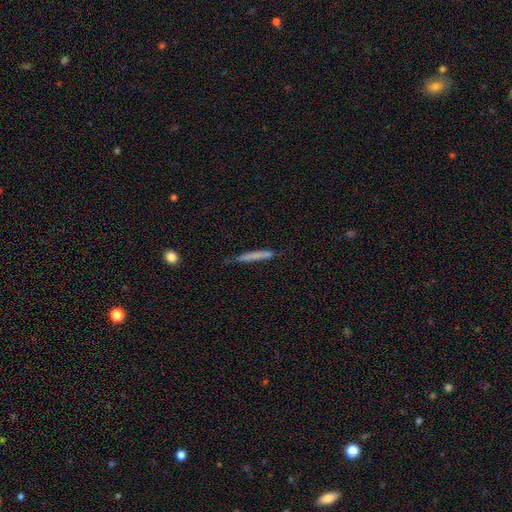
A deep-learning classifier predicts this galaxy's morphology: smooth_or_featured: smooth (p=0.66) [alt: featured or disk p=0.27]
how_rounded: cigar-shaped (p=0.96) [alt: in between p=0.03]
merging: none (p=0.76) [alt: minor disturbance p=0.18]